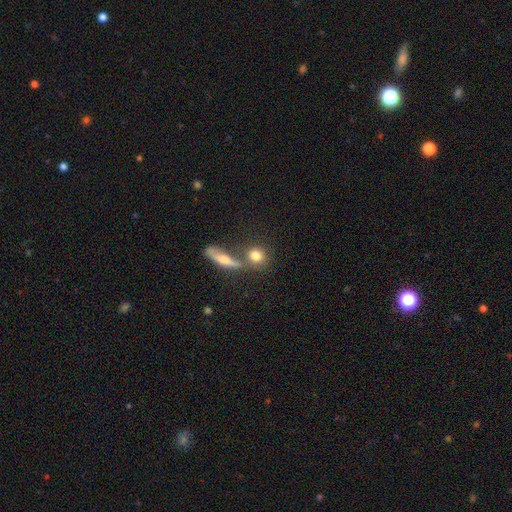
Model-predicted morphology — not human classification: Smooth or featured?
  - smooth: 77% *
  - featured or disk: 14%
  - star or artifact: 10%
How rounded?
  - round: 75% *
  - in between: 19%
  - cigar-shaped: 7%
Merging?
  - none: 54% *
  - merger: 30%
  - minor disturbance: 10%
  - major disturbance: 6%